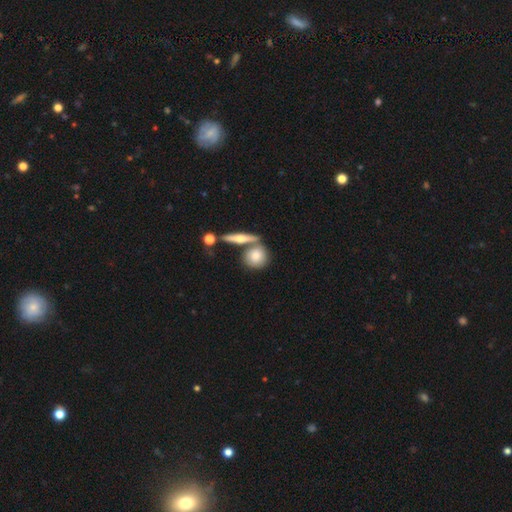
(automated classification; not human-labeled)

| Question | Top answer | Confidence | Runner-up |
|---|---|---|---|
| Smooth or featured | smooth | 72% | featured or disk (21%) |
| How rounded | round | 73% | in between (20%) |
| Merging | none | 59% | merger (26%) |